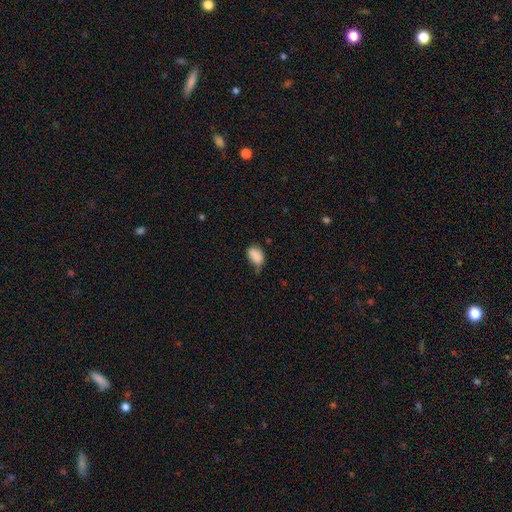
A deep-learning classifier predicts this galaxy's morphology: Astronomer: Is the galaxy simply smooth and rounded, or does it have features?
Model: smooth — 85%.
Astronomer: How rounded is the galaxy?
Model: in between — 84%.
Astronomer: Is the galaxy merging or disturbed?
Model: none — 44% (runner-up: minor disturbance, 41%).